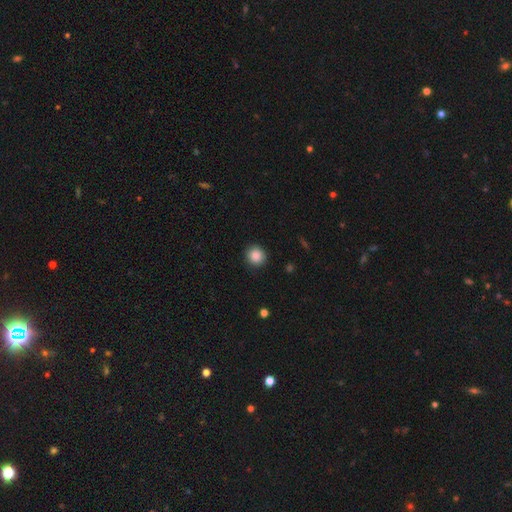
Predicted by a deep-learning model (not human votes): Overall: smooth (88%). How rounded: round (90%). Merging: none (90%).